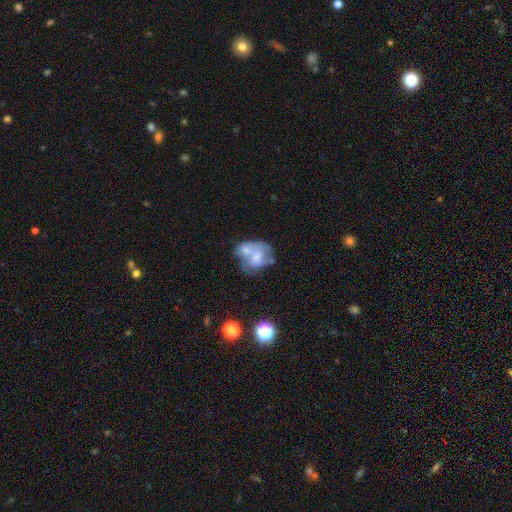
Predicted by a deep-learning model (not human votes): Smooth or featured? Predicted: smooth (p=0.46). Merging? Predicted: merger (p=0.54).